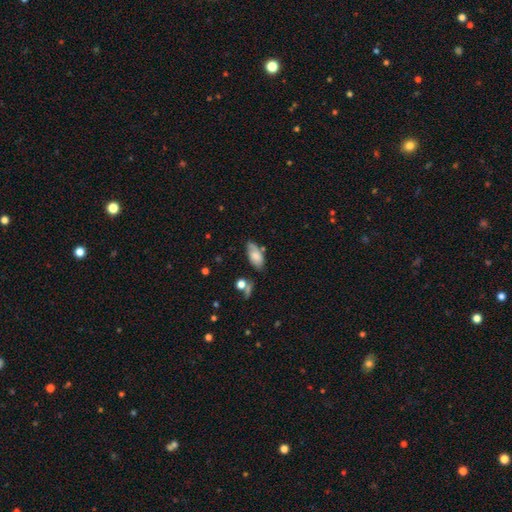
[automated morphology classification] smooth_or_featured: smooth (p=0.72) [alt: featured or disk p=0.20]
how_rounded: in between (p=0.89) [alt: cigar-shaped p=0.07]
merging: none (p=0.60) [alt: minor disturbance p=0.26]